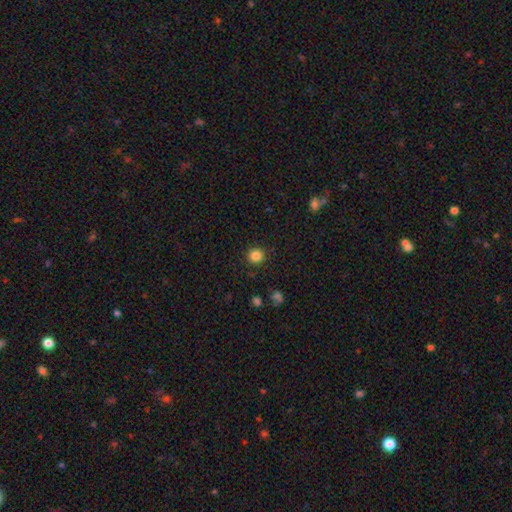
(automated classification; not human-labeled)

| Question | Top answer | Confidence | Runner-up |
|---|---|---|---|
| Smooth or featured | smooth | 84% | star or artifact (12%) |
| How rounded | round | 93% | in between (6%) |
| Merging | none | 91% | minor disturbance (6%) |